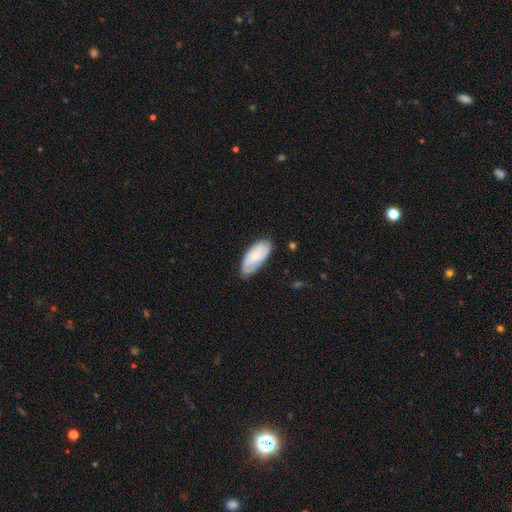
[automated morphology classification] smooth-or-featured: smooth: 66% | featured or disk: 28% | star or artifact: 6%
  how-rounded: in between: 91% | cigar-shaped: 8% | round: 2%
  merging: none: 68% | minor disturbance: 25% | major disturbance: 5% | merger: 2%